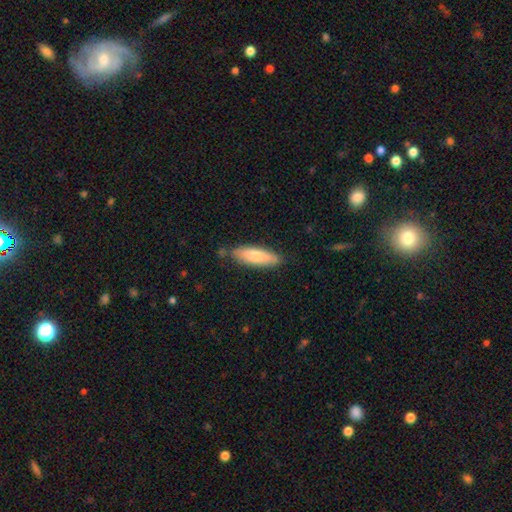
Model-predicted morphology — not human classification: Smooth or featured? smooth (78%)
How rounded? cigar-shaped (51%)
Merging? none (79%)